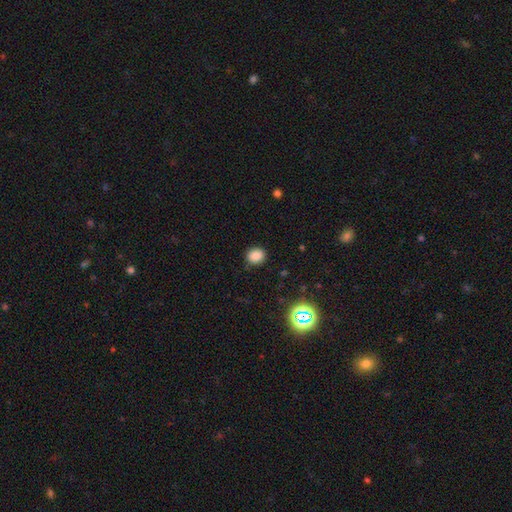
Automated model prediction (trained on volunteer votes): smooth_or_featured: smooth (p=0.83) [alt: star or artifact p=0.13]
how_rounded: round (p=0.77) [alt: in between p=0.22]
merging: none (p=0.88) [alt: minor disturbance p=0.08]